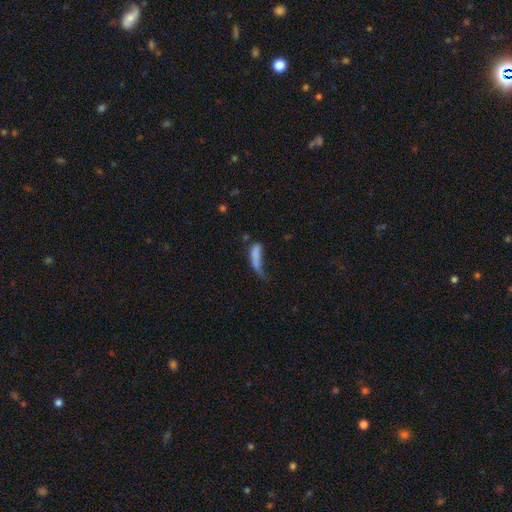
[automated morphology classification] Smooth or featured? smooth (68%)
How rounded? cigar-shaped (48%, tied with in between)
Merging? major disturbance (44%)